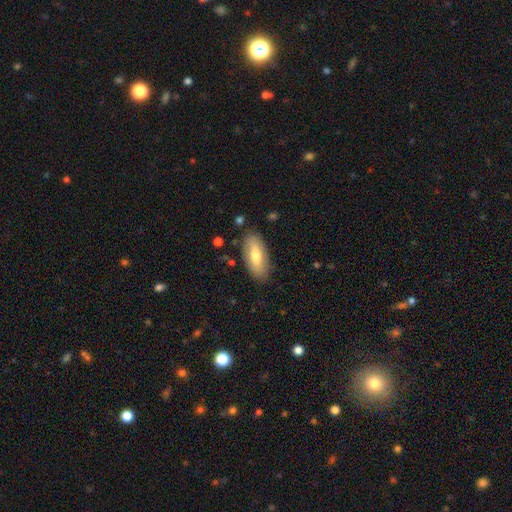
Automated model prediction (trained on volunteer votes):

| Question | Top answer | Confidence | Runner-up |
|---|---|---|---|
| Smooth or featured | smooth | 68% | featured or disk (26%) |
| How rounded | in between | 83% | cigar-shaped (15%) |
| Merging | none | 83% | minor disturbance (12%) |